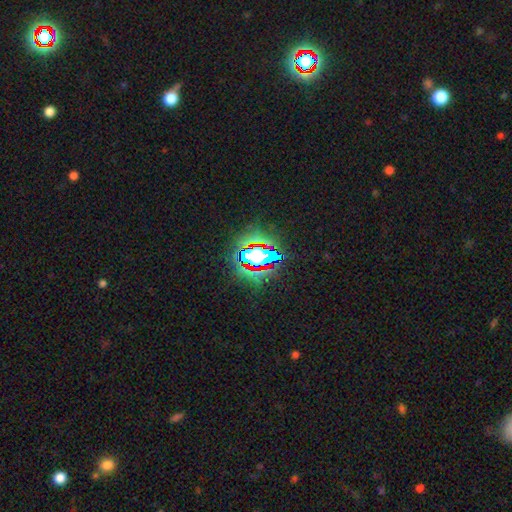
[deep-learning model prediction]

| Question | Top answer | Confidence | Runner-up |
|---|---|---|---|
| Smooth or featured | star or artifact | 64% | smooth (22%) |